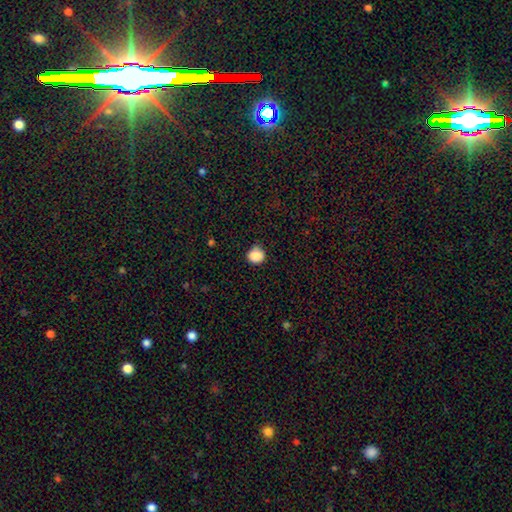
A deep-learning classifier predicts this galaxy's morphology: Overall: smooth (88%). How rounded: round (89%). Merging: none (79%).